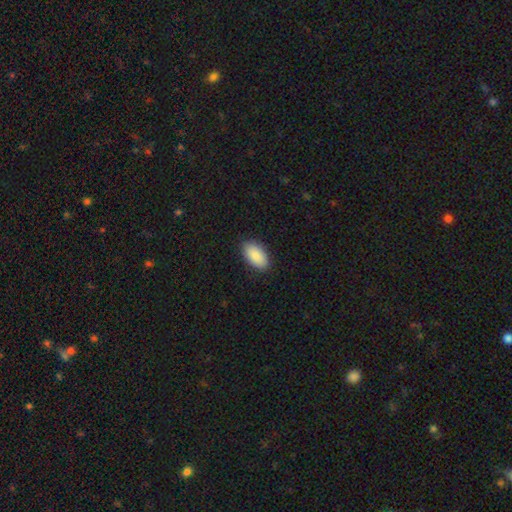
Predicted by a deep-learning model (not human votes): Smooth or featured? Predicted: smooth (p=0.89). How rounded? Predicted: in between (p=0.95). Merging? Predicted: none (p=0.89).